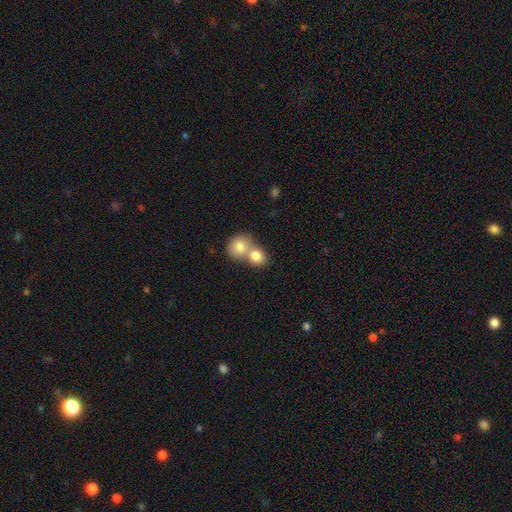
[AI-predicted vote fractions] smooth-or-featured: smooth: 81% | featured or disk: 12% | star or artifact: 8%
  how-rounded: round: 71% | in between: 28% | cigar-shaped: 1%
  merging: merger: 66% | none: 27% | minor disturbance: 5% | major disturbance: 2%